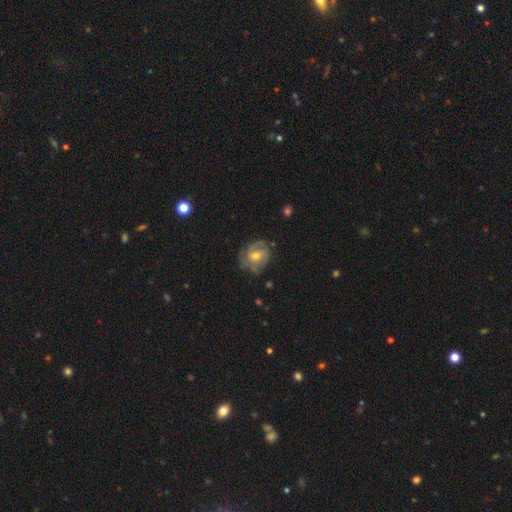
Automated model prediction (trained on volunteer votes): smooth_or_featured: featured or disk (p=0.70) [alt: smooth p=0.23]
disk_edge_on: no (p=0.97) [alt: yes p=0.03]
bar: no (p=0.53) [alt: weak p=0.40]
has_spiral_arms: yes (p=0.86) [alt: no p=0.14]
spiral_winding: tight (p=0.44) [alt: medium p=0.39]
spiral_arm_count: can't tell (p=0.32) [alt: 2 p=0.31]
bulge_size: moderate (p=0.57) [alt: small p=0.38]
merging: none (p=0.64) [alt: minor disturbance p=0.23]